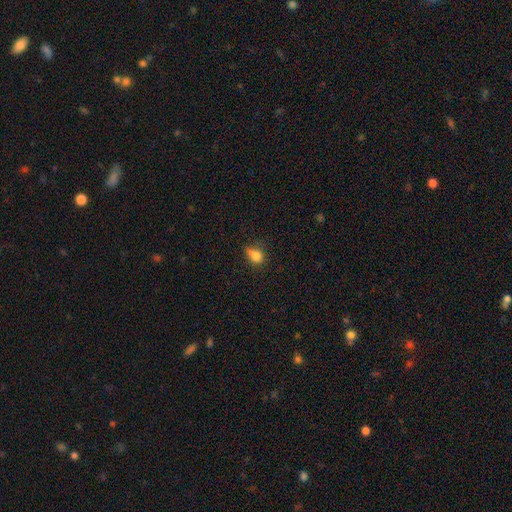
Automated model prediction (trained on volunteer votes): The model was most divided on "merging": none: 44%, minor disturbance: 36%, major disturbance: 15%, merger: 5%. More confident: smooth or featured — smooth (79%); how rounded — in between (54%).